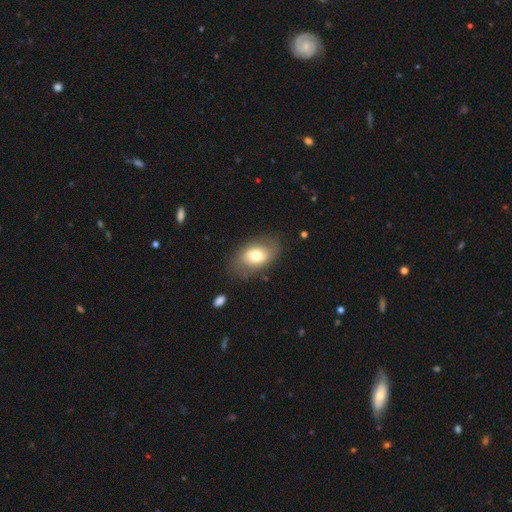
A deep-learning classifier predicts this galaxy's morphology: smooth-or-featured: smooth: 68% | featured or disk: 24% | star or artifact: 8%
  how-rounded: in between: 85% | round: 14% | cigar-shaped: 1%
  merging: none: 74% | minor disturbance: 18% | major disturbance: 7% | merger: 2%